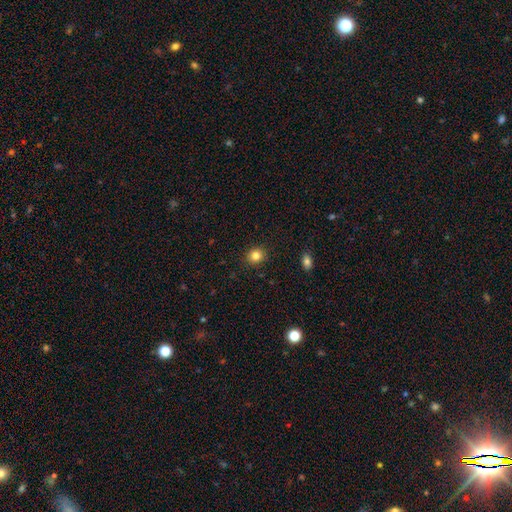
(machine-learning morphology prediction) smooth_or_featured: smooth (p=0.83) [alt: star or artifact p=0.11]
how_rounded: round (p=0.78) [alt: in between p=0.22]
merging: none (p=0.90) [alt: minor disturbance p=0.07]